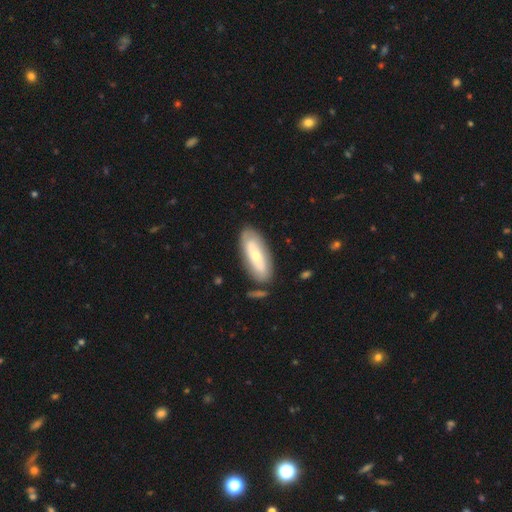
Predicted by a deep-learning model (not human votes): Smooth or featured? smooth (49%)
Merging? none (78%)